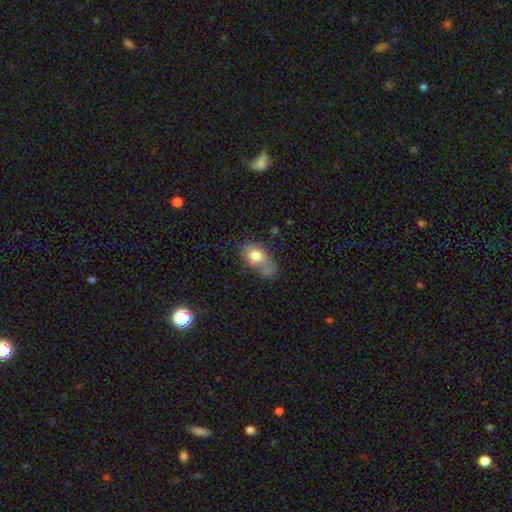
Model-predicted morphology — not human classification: type=smooth (76%); roundness=in between (76%); merging=none (30%).